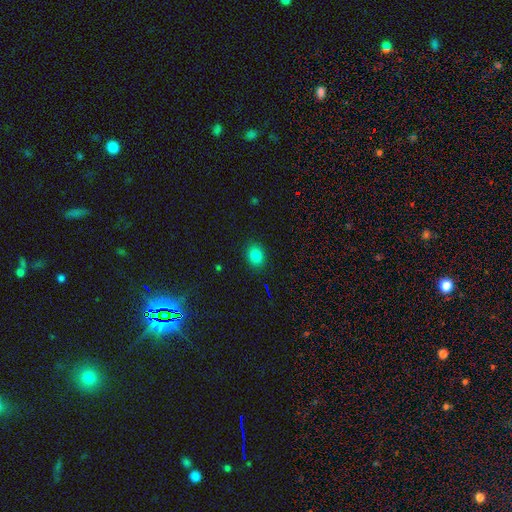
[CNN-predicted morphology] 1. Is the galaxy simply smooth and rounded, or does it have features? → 82% smooth, 12% star or artifact, 5% featured or disk.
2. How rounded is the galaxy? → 58% in between, 41% round, 1% cigar-shaped.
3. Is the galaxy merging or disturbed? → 88% none, 8% minor disturbance, 2% major disturbance, 1% merger.